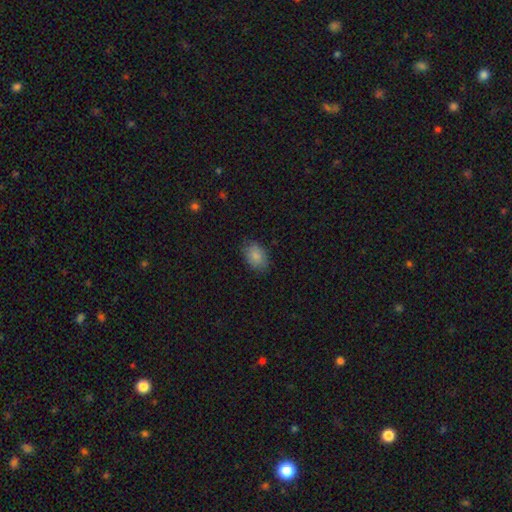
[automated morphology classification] A smooth galaxy with no disk features (86%) that is in between round and cigar-shaped (84%). Merging: none (81%).